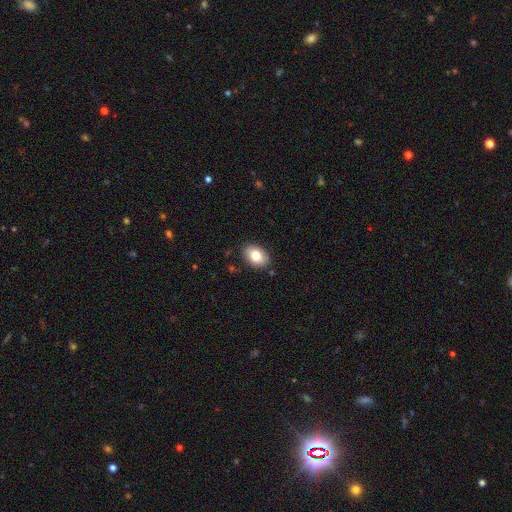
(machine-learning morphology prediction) type=smooth (80%); roundness=in between (82%); merging=none (86%).